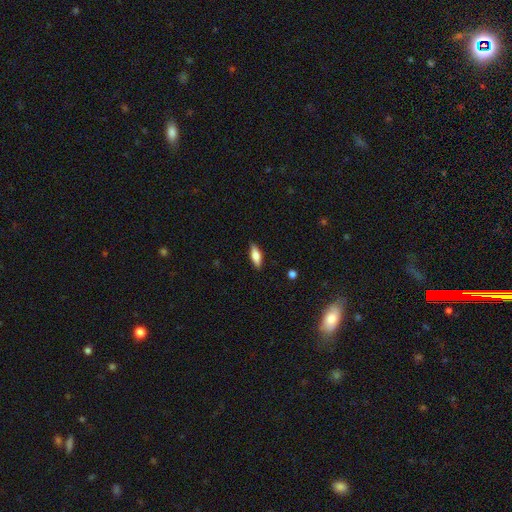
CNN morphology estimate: Smooth or featured? Predicted: smooth (p=0.70). How rounded? Predicted: in between (p=0.65). Merging? Predicted: none (p=0.86).